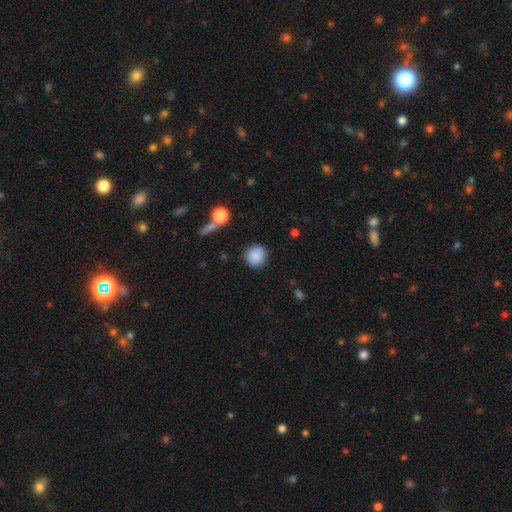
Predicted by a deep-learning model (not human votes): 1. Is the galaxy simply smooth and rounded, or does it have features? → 87% smooth, 9% star or artifact, 4% featured or disk.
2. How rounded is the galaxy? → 86% round, 13% in between, 1% cigar-shaped.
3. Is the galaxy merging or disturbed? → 84% none, 10% minor disturbance, 3% major disturbance, 3% merger.